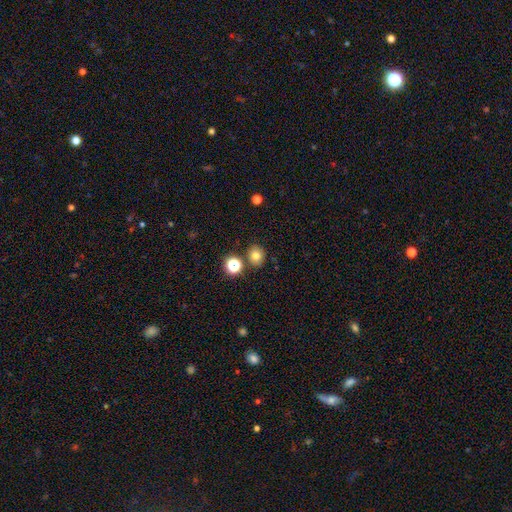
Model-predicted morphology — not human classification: Overall: smooth (75%). How rounded: round (75%). Merging: none (80%).